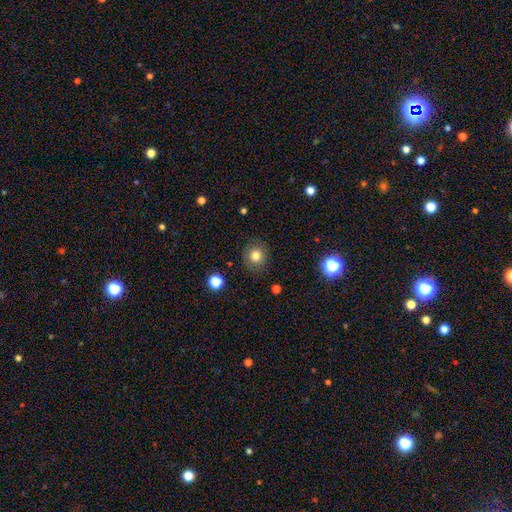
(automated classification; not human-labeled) This is likely a smooth galaxy (78%). How rounded: clearly round (84%). Merging: clearly none (86%).